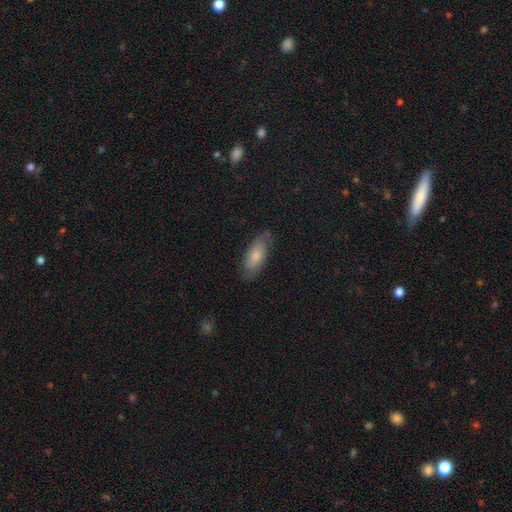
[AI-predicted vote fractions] Morphology: type=smooth (64%); roundness=in between (81%); merging=none (73%).